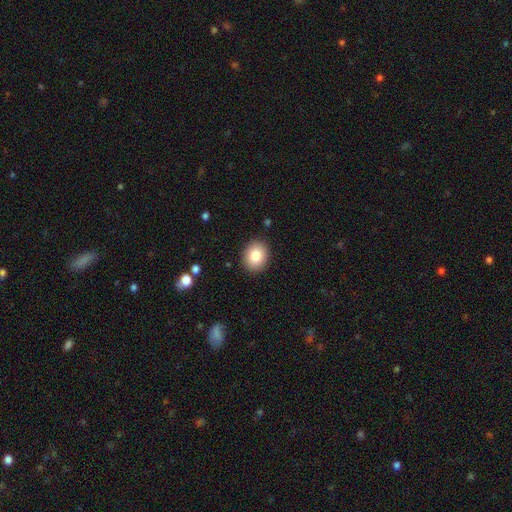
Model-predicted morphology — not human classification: The model was most divided on "how rounded": round: 59%, in between: 41%, cigar-shaped: 1%. More confident: merging — none (89%); smooth or featured — smooth (83%).